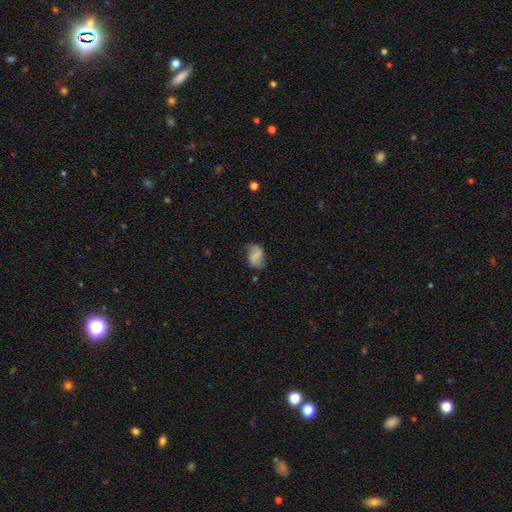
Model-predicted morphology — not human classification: smooth_or_featured: featured or disk (p=0.47) [alt: smooth p=0.44]
merging: none (p=0.67) [alt: minor disturbance p=0.23]